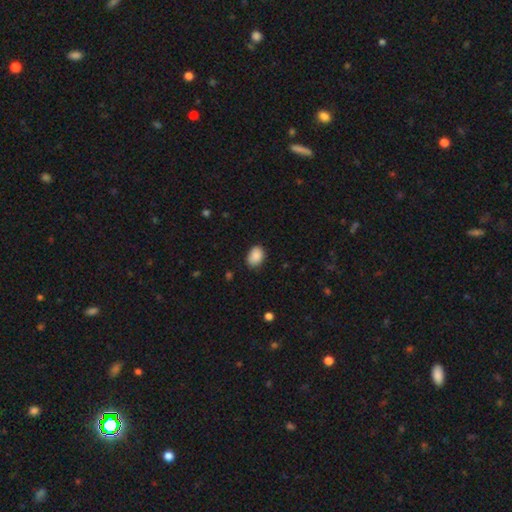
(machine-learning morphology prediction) This appears to be a smooth galaxy with no disk features (89%) that is in between round and cigar-shaped (78%). Merging: none (79%).